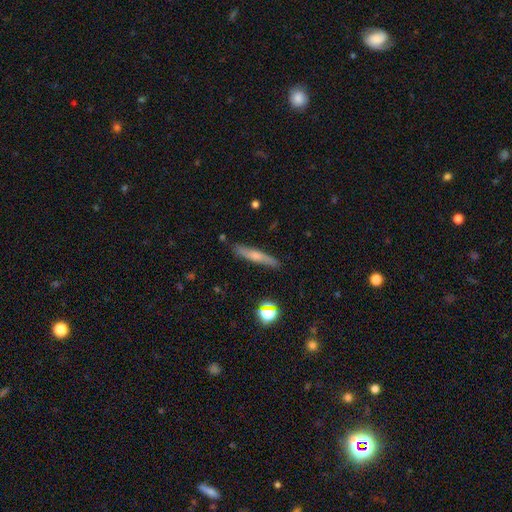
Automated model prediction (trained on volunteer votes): The model was most divided on "smooth or featured": smooth: 57%, featured or disk: 35%, star or artifact: 8%. More confident: how rounded — cigar-shaped (89%); merging — none (87%).